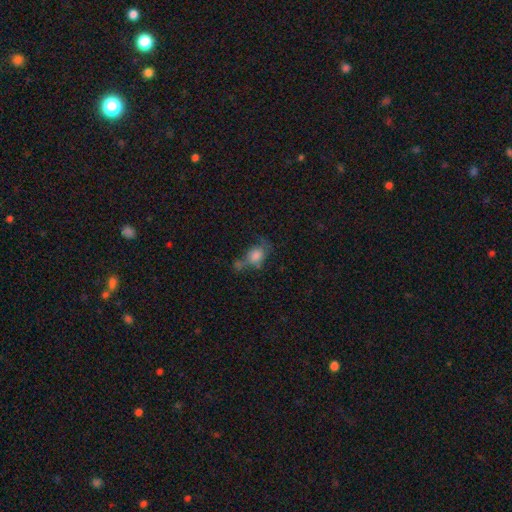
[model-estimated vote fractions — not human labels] Smooth or featured?
  - smooth: 68% *
  - featured or disk: 20%
  - star or artifact: 12%
How rounded?
  - in between: 67% *
  - round: 29%
  - cigar-shaped: 3%
Merging?
  - merger: 30% *
  - none: 29%
  - major disturbance: 21%
  - minor disturbance: 20%